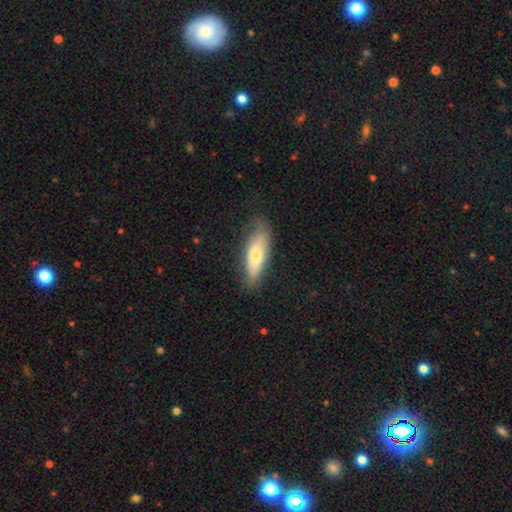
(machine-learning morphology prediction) The model was most divided on "how rounded": in between: 53%, cigar-shaped: 44%, round: 2%. More confident: merging — none (69%); smooth or featured — smooth (61%).